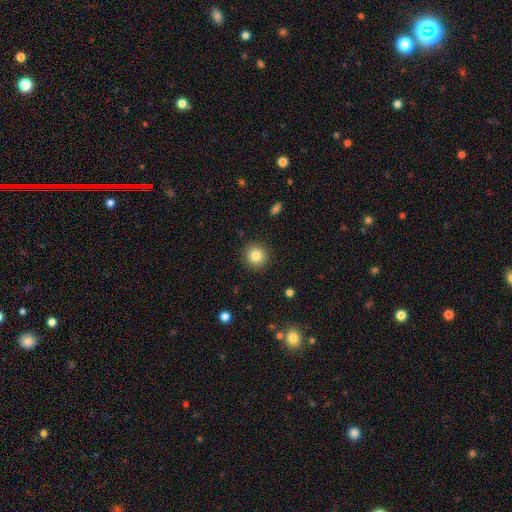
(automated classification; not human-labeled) The model was most divided on "smooth or featured": smooth: 84%, star or artifact: 10%, featured or disk: 6%. More confident: how rounded — round (91%); merging — none (90%).